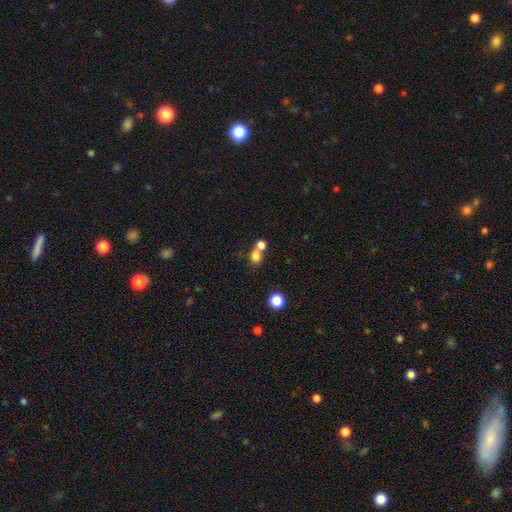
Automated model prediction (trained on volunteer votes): Smooth or featured? smooth (76%)
How rounded? round (77%)
Merging? merger (56%)